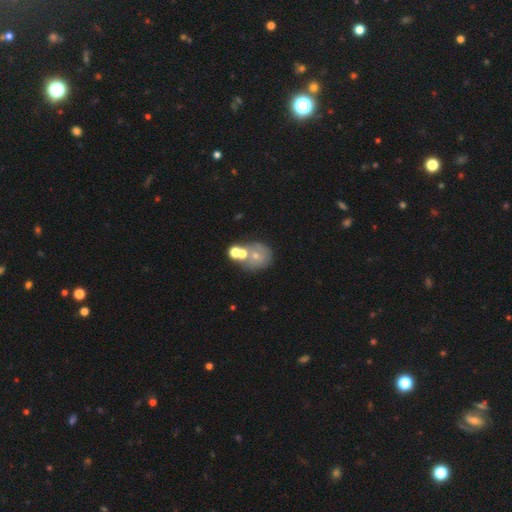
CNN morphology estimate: Smooth or featured?
  - smooth: 50% *
  - featured or disk: 35%
  - star or artifact: 16%
Merging?
  - none: 46% *
  - merger: 34%
  - minor disturbance: 12%
  - major disturbance: 8%